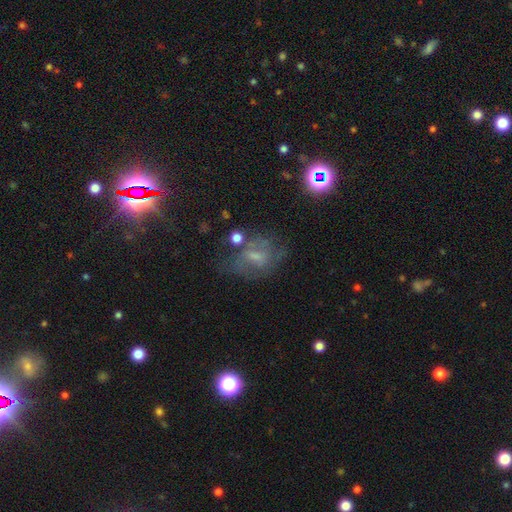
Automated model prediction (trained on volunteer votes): Overall: featured or disk (46%; smooth 31%). Merging: none (49%; major disturbance 22%).